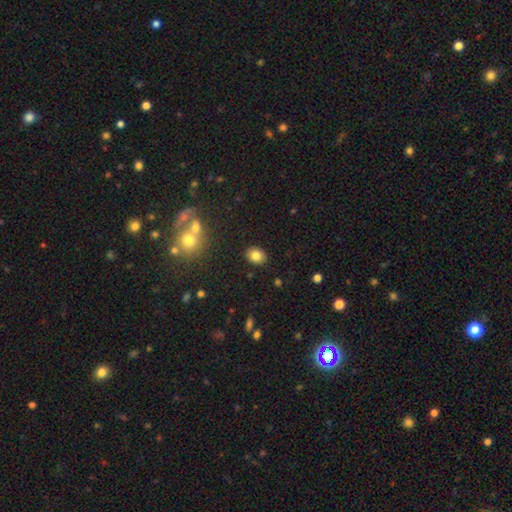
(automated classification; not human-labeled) This is clearly a smooth galaxy (82%). How rounded: possibly in between (51%). Merging: clearly none (88%).